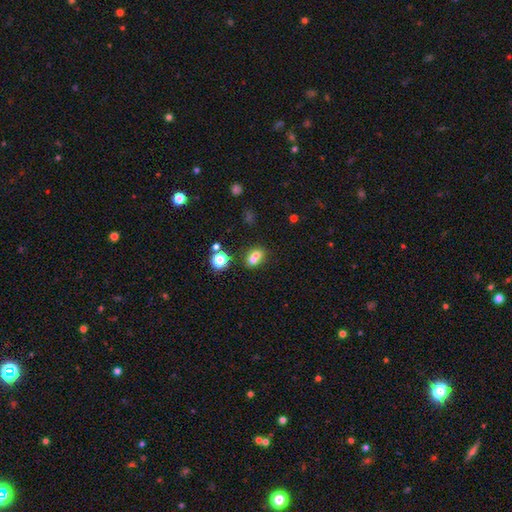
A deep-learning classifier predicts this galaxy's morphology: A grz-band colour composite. It shows a smooth galaxy with no disk features (70%) that is in between round and cigar-shaped (52%). Merging: merger (52%).